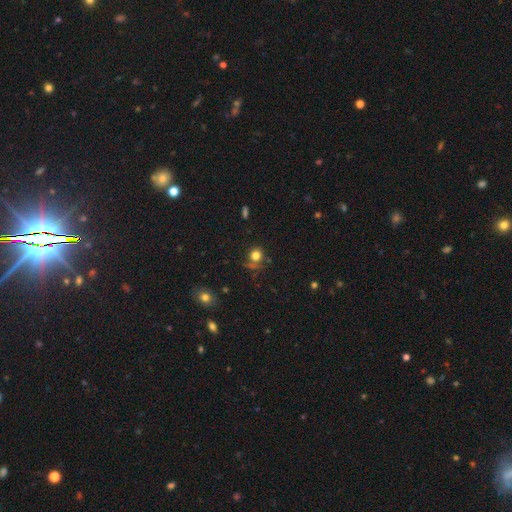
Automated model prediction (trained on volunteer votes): Smooth or featured?
  - smooth: 75% *
  - star or artifact: 17%
  - featured or disk: 8%
How rounded?
  - round: 86% *
  - in between: 12%
  - cigar-shaped: 1%
Merging?
  - none: 70% *
  - minor disturbance: 14%
  - merger: 8%
  - major disturbance: 8%